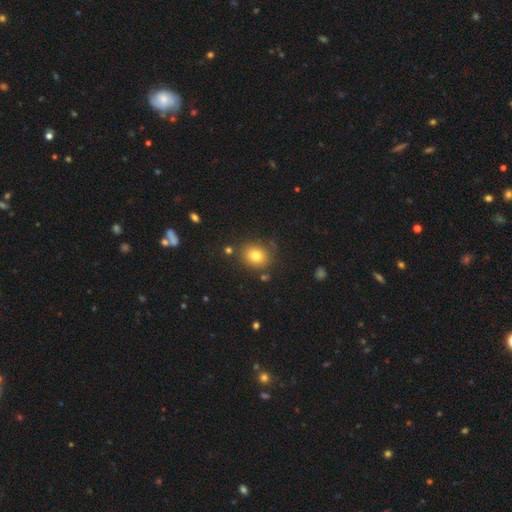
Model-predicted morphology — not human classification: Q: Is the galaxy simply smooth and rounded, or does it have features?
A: smooth — 78%.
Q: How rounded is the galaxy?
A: round — 68%.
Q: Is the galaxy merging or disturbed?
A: none — 79%.